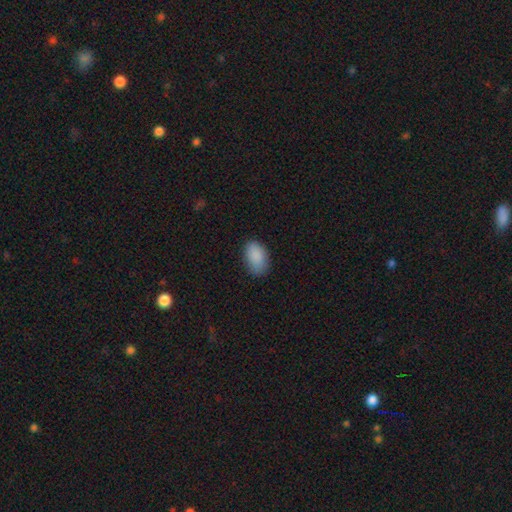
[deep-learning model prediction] smooth-or-featured: smooth: 89% | star or artifact: 7% | featured or disk: 4%
  how-rounded: in between: 90% | round: 8% | cigar-shaped: 1%
  merging: none: 79% | minor disturbance: 17% | major disturbance: 3% | merger: 1%